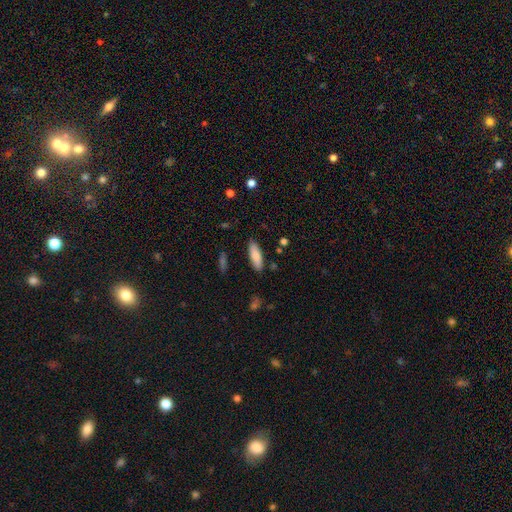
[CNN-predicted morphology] This is clearly a smooth galaxy (82%). How rounded: possibly in between (59%). Merging: clearly none (86%).